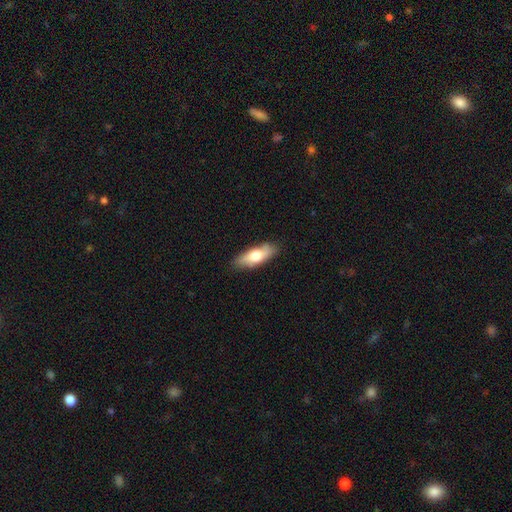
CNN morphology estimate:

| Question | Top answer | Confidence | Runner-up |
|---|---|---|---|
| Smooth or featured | smooth | 66% | featured or disk (28%) |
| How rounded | in between | 63% | cigar-shaped (34%) |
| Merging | none | 82% | minor disturbance (14%) |